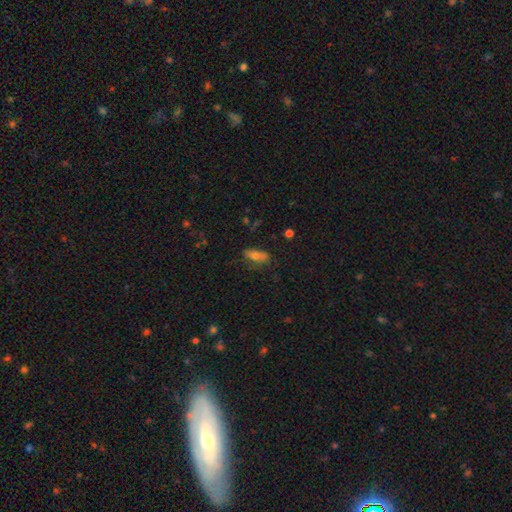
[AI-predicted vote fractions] This appears to be a smooth galaxy with no disk features (66%) that is in between round and cigar-shaped (75%). Merging: none (68%).